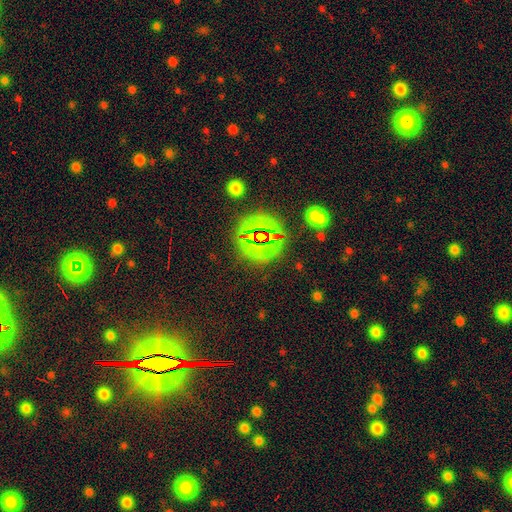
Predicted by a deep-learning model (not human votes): Morphology: type=star or artifact (80%).